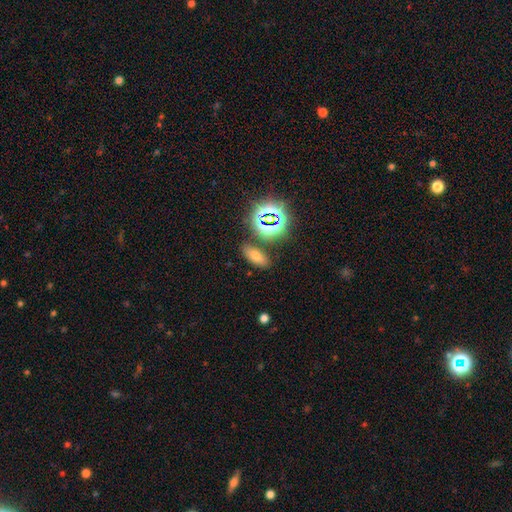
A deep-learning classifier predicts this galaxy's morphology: smooth_or_featured: smooth (p=0.60) [alt: star or artifact p=0.29]
how_rounded: in between (p=0.75) [alt: cigar-shaped p=0.15]
merging: none (p=0.82) [alt: minor disturbance p=0.09]